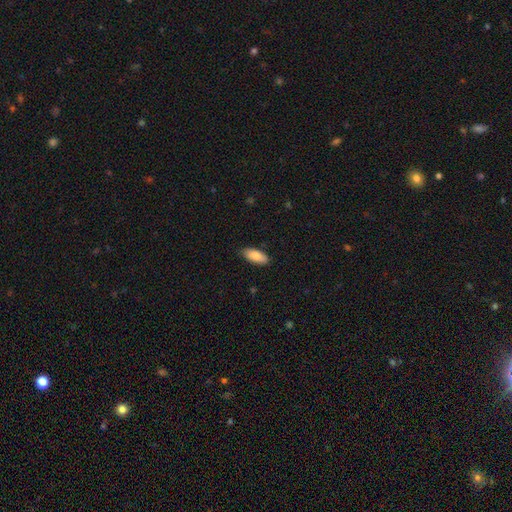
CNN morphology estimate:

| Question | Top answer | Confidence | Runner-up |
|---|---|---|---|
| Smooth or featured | smooth | 87% | featured or disk (8%) |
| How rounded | in between | 84% | cigar-shaped (15%) |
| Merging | none | 85% | minor disturbance (12%) |